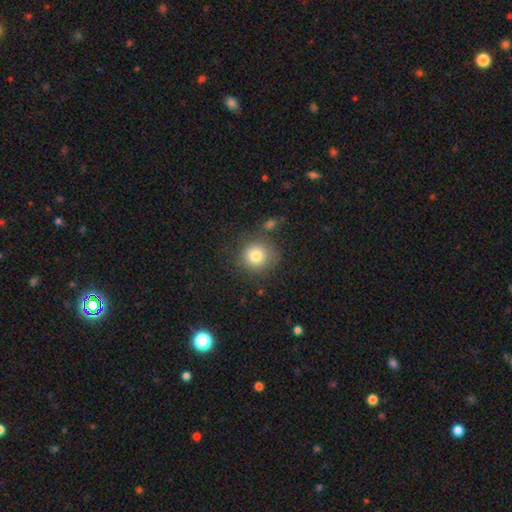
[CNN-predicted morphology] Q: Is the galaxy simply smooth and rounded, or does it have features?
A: smooth — 81%.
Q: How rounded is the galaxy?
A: round — 92%.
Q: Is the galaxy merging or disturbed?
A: none — 78%.